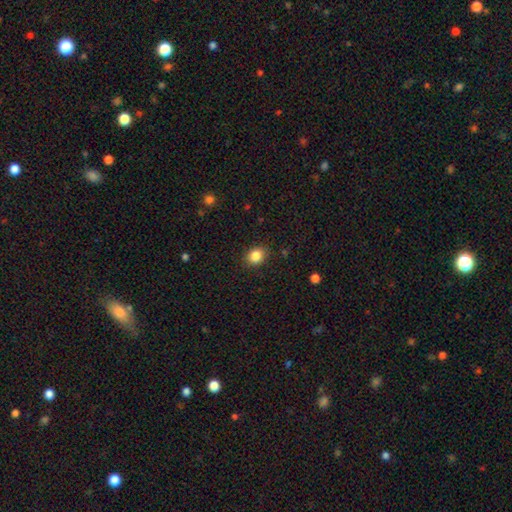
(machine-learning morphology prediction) The model was most divided on "how rounded": round: 54%, in between: 46%, cigar-shaped: 1%. More confident: merging — none (87%); smooth or featured — smooth (85%).